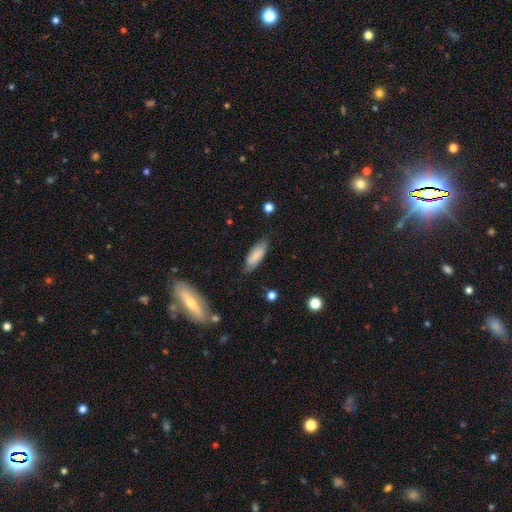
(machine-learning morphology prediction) type=smooth (77%); roundness=in between (66%); merging=none (76%).